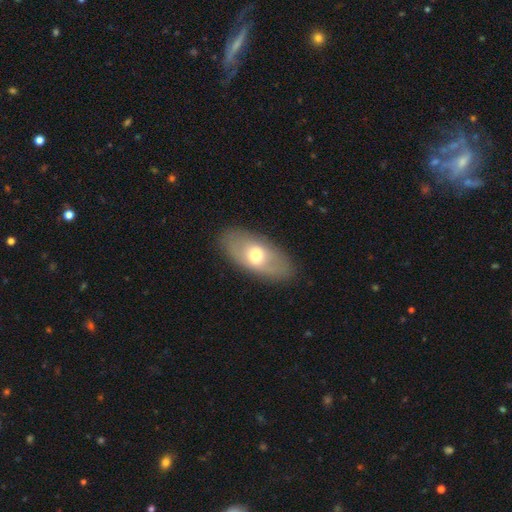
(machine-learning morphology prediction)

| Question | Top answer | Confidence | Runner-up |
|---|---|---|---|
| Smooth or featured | smooth | 56% | featured or disk (37%) |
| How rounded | in between | 88% | cigar-shaped (7%) |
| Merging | none | 86% | minor disturbance (10%) |